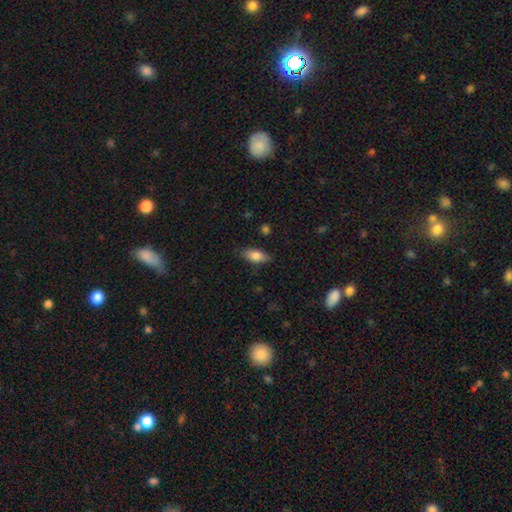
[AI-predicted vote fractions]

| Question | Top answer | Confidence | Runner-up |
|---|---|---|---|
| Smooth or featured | smooth | 78% | featured or disk (15%) |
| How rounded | in between | 82% | cigar-shaped (15%) |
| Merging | none | 80% | minor disturbance (15%) |